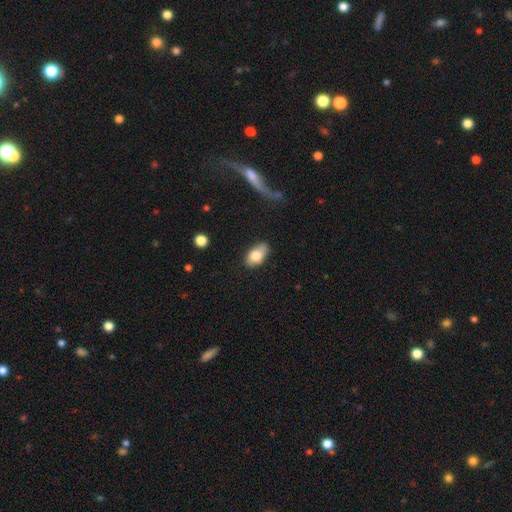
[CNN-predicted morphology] Smooth or featured: smooth — 72% (featured or disk — 21%)
How rounded: in between — 91% (round — 6%)
Merging: none — 76% (minor disturbance — 18%)